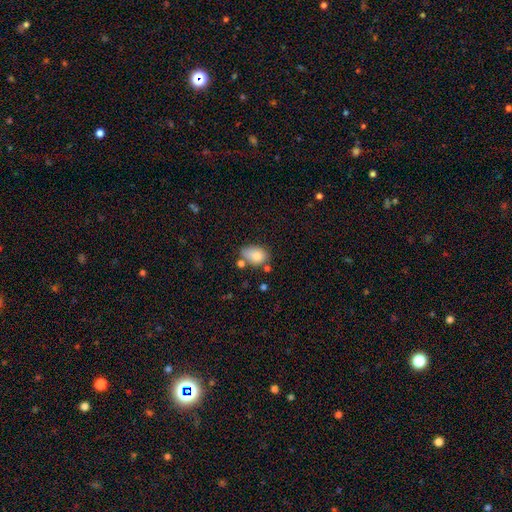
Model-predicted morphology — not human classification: Smooth or featured? smooth (81%)
How rounded? in between (83%)
Merging? none (55%)